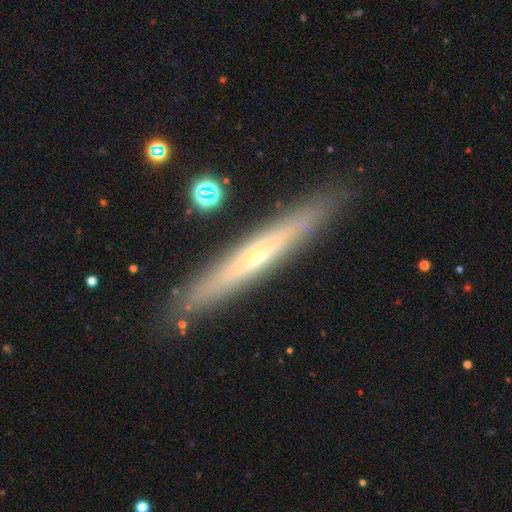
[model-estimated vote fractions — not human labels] Smooth or featured? Predicted: featured or disk (p=0.64). Edge-on disk? Predicted: yes (p=0.87). Edge-on bulge? Predicted: rounded (p=0.60). Merging? Predicted: none (p=0.88).